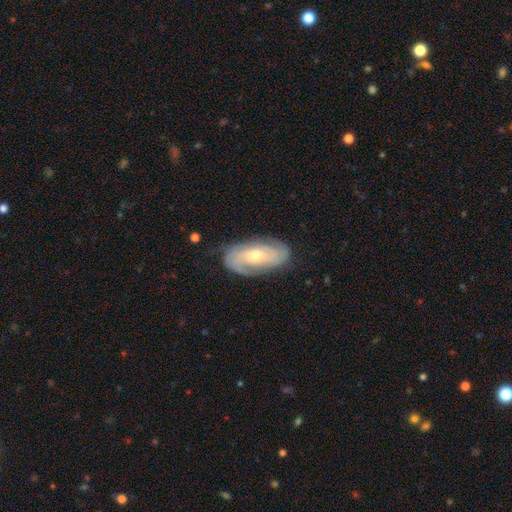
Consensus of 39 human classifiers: smooth_or_featured: featured or disk (p=0.85) [alt: smooth p=0.13]
disk_edge_on: no (p=0.91) [alt: yes p=0.09]
bar: no (p=0.70) [alt: weak p=0.27]
has_spiral_arms: yes (p=0.97) [alt: no p=0.03]
spiral_winding: tight (p=0.79) [alt: medium p=0.14]
spiral_arm_count: 2 (p=0.31) [tied with: 3 p=0.31]
bulge_size: small (p=0.47) [alt: moderate p=0.43]
merging: none (p=0.74) [alt: minor disturbance p=0.24]